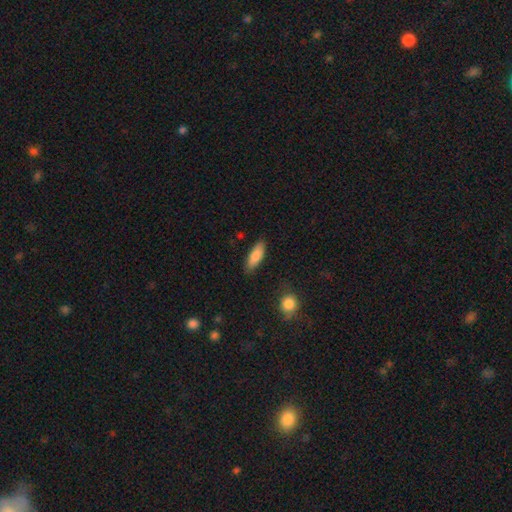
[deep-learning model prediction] smooth 85%, featured or disk 9%, star or artifact 6%. Down the decision tree: how rounded — in between (65%); merging — none (83%).